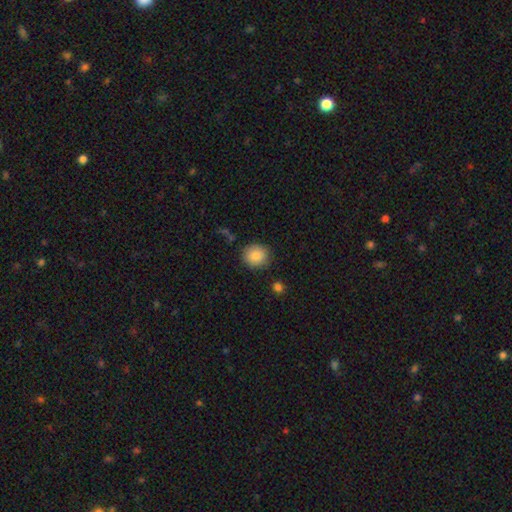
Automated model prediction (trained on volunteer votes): Overall: smooth (86%). How rounded: round (87%). Merging: none (86%).